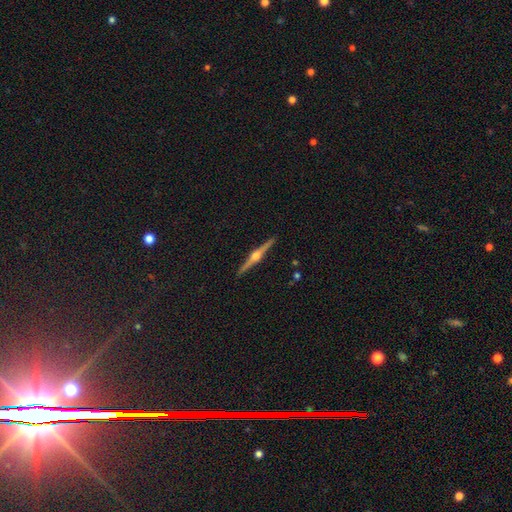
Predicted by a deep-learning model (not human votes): Morphology: type=featured or disk (87%); edge-on=yes (99%); edge-on bulge=rounded (95%); merging=none (93%).